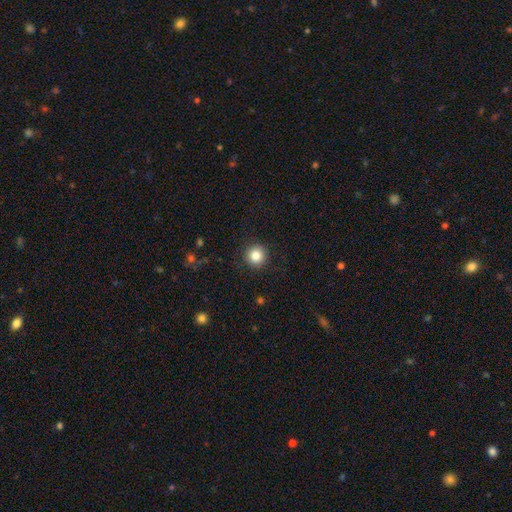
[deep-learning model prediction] Smooth or featured? Predicted: smooth (p=0.84). How rounded? Predicted: round (p=0.95). Merging? Predicted: none (p=0.91).